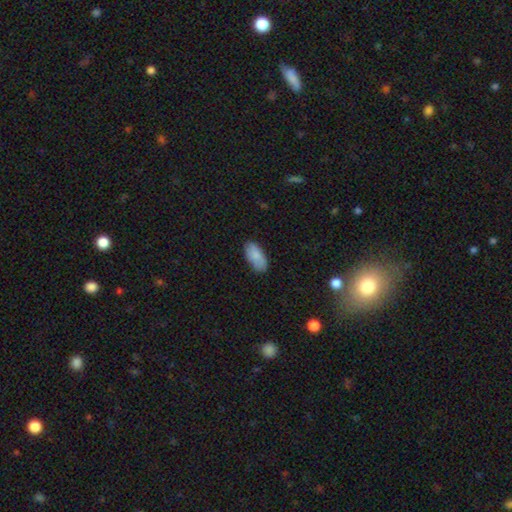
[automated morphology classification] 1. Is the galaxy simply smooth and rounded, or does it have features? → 86% smooth, 8% featured or disk, 6% star or artifact.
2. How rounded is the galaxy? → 92% in between, 6% cigar-shaped, 2% round.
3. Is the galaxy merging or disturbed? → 82% none, 15% minor disturbance, 3% major disturbance, 1% merger.